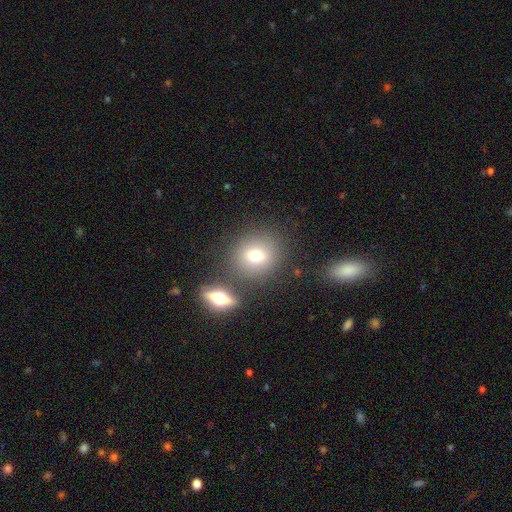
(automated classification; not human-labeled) smooth 73%, featured or disk 16%, star or artifact 11%. Down the decision tree: how rounded — round (70%); merging — none (73%).